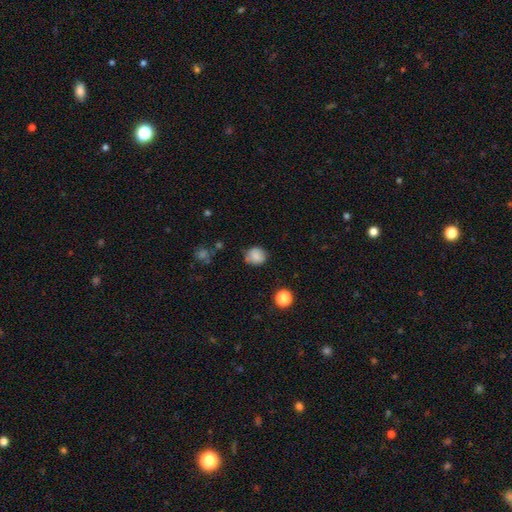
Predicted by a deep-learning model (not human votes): smooth 82%, star or artifact 10%, featured or disk 8%. Down the decision tree: how rounded — round (76%); merging — none (73%).